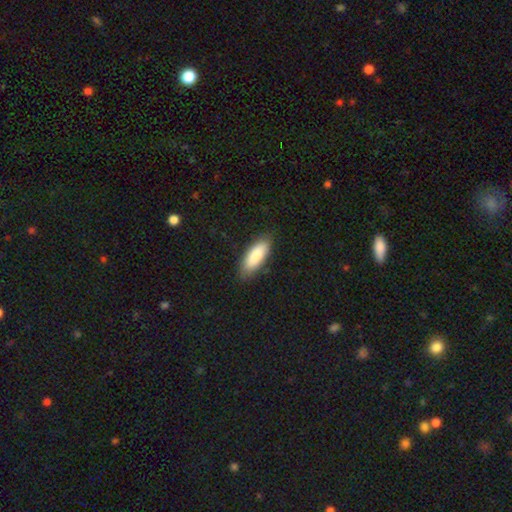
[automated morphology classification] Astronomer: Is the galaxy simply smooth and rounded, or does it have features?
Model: smooth — 86%.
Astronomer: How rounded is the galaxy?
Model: in between — 72%.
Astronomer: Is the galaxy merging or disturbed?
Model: none — 84%.